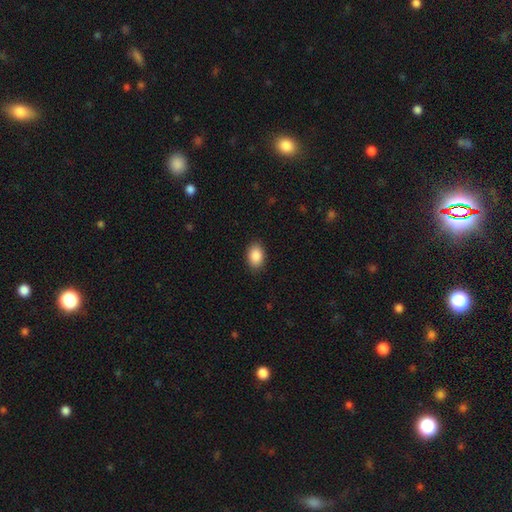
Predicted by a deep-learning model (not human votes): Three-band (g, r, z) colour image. It shows a smooth galaxy with no disk features (89%) that is in between round and cigar-shaped (87%). Merging: none (88%).